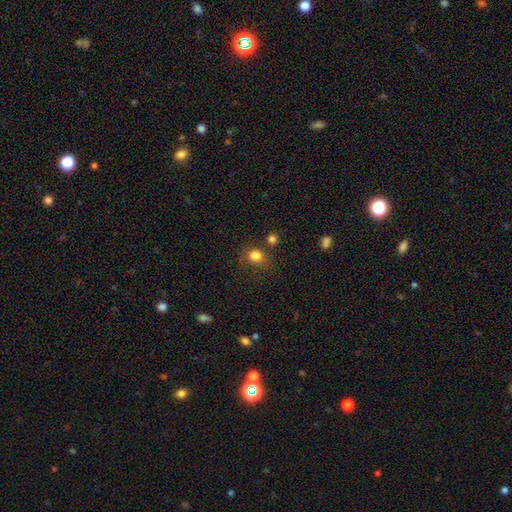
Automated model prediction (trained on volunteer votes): This appears to be a smooth galaxy with no disk features (82%) that is round (73%). Merging: none (69%).